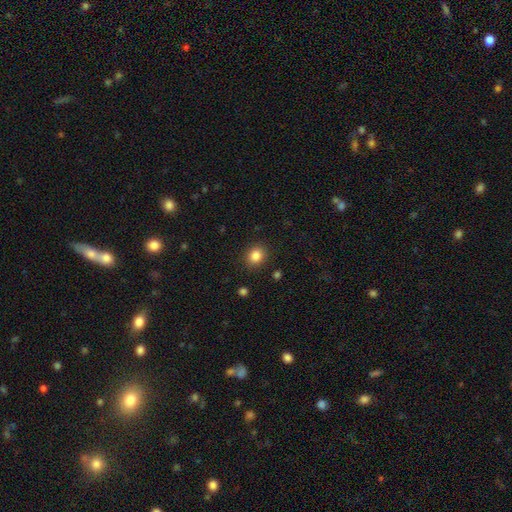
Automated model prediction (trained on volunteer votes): Morphology: type=smooth (85%); roundness=round (62%); merging=none (88%).